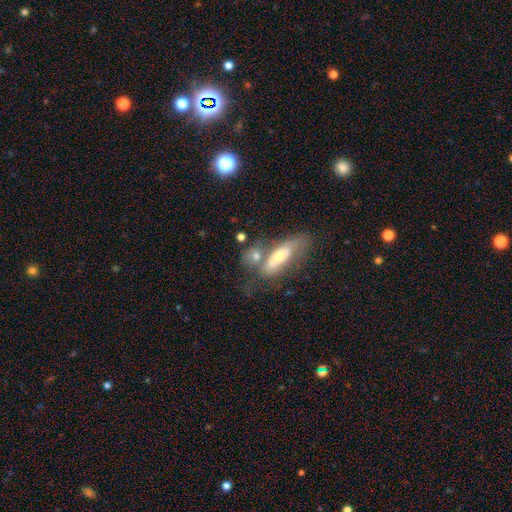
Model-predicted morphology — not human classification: Smooth or featured? smooth (57%)
How rounded? in between (61%)
Merging? merger (42%)